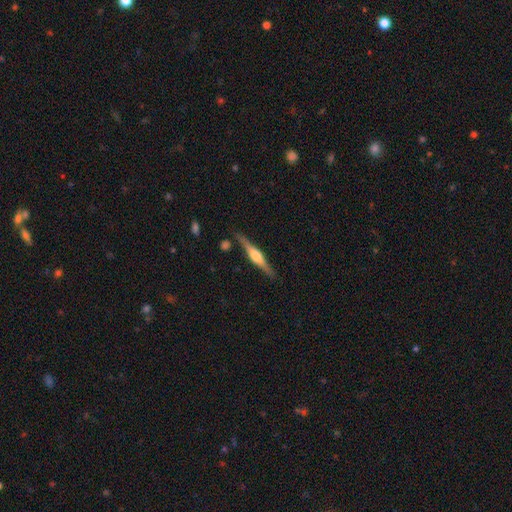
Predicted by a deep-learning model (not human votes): Smooth or featured: featured or disk — 77% (smooth — 18%)
Edge-on disk: yes — 98% (no — 2%)
Edge-on bulge: rounded — 84% (boxy — 12%)
Merging: none — 87% (minor disturbance — 8%)